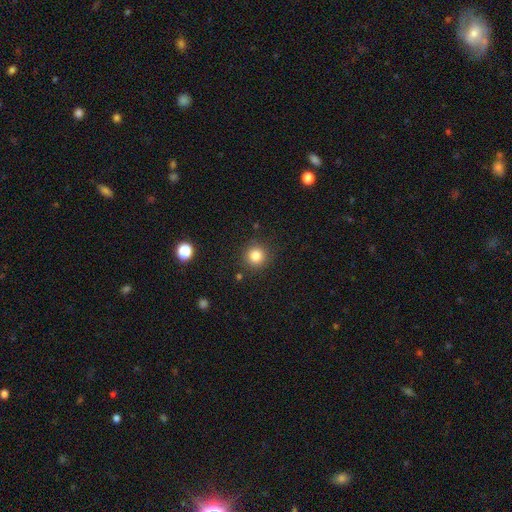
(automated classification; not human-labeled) The model was most divided on "smooth or featured": smooth: 83%, star or artifact: 11%, featured or disk: 5%. More confident: how rounded — round (94%); merging — none (88%).